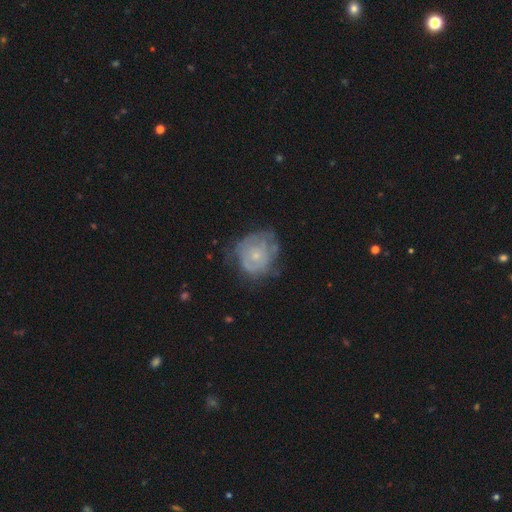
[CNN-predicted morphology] Smooth or featured?
  - featured or disk: 62% *
  - smooth: 31%
  - star or artifact: 8%
Edge-on disk?
  - no: 97% *
  - yes: 3%
Bar?
  - no: 85% *
  - weak: 13%
  - strong: 2%
Spiral arms?
  - yes: 59% *
  - no: 41%
Bulge size?
  - small: 69% *
  - moderate: 25%
  - none: 4%
  - large: 1%
  - dominant: 1%
Merging?
  - none: 55% *
  - minor disturbance: 28%
  - major disturbance: 16%
  - merger: 2%